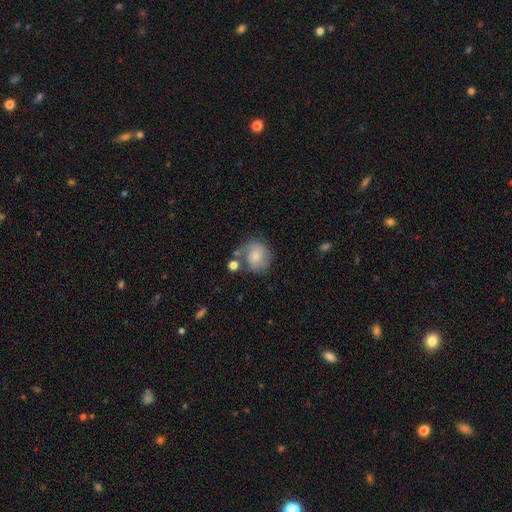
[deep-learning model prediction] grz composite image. It shows a smooth galaxy with no disk features (62%) that is round (76%). Merging: none (48%).